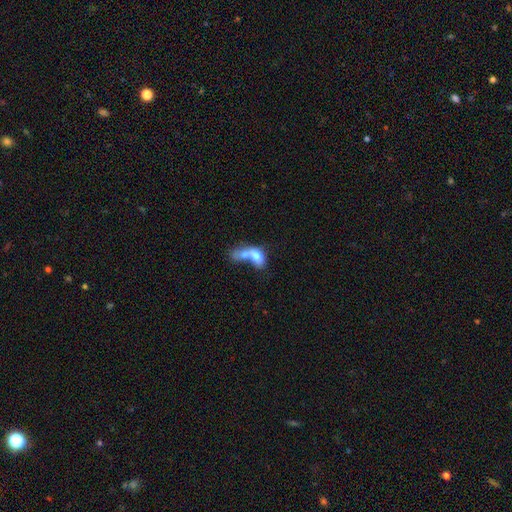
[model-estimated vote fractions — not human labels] Smooth or featured? smooth (68%)
How rounded? in between (80%)
Merging? merger (70%)